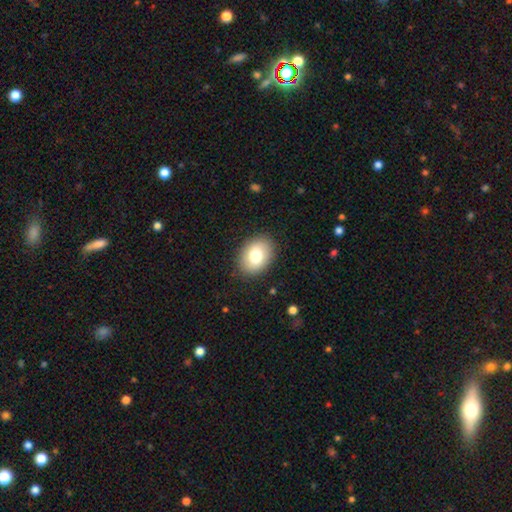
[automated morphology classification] Smooth or featured: smooth — 80% (featured or disk — 13%)
How rounded: in between — 74% (round — 25%)
Merging: none — 88% (minor disturbance — 8%)